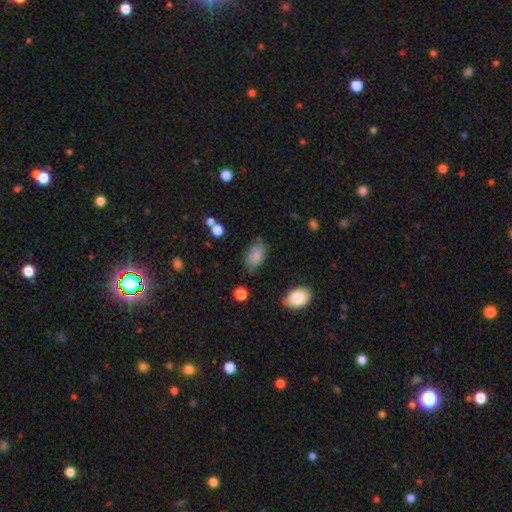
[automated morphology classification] This appears to be a smooth galaxy with no disk features (77%) that is in between round and cigar-shaped (90%). Merging: none (58%).